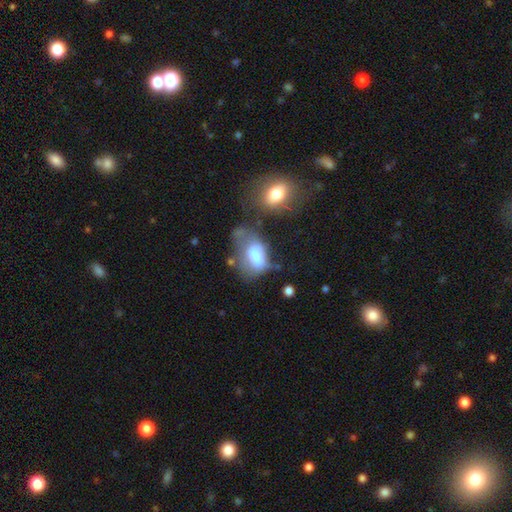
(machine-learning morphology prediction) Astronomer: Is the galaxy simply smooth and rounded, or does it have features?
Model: smooth — 62%.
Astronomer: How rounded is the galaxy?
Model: in between — 86%.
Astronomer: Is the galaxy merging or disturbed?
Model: major disturbance — 39% (runner-up: merger, 23%).